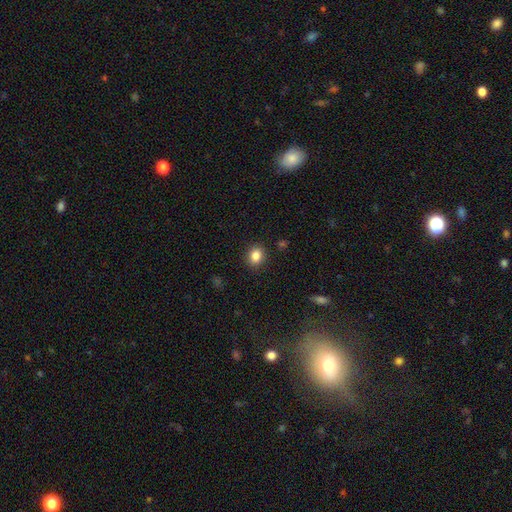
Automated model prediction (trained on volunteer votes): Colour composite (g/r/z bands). It shows a smooth galaxy with no disk features (85%) that is round (61%). Merging: none (89%).